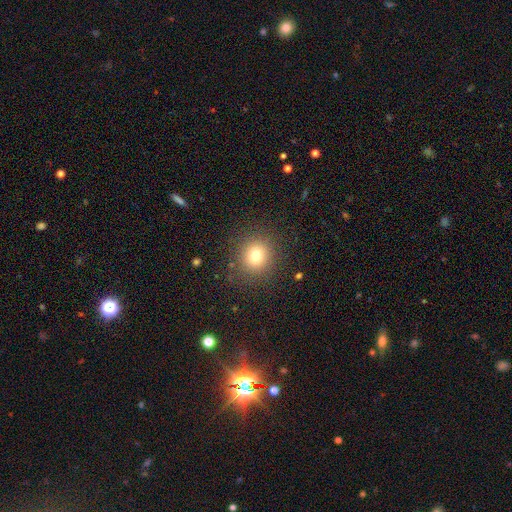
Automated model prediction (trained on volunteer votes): Smooth or featured? smooth (76%)
How rounded? round (89%)
Merging? none (88%)